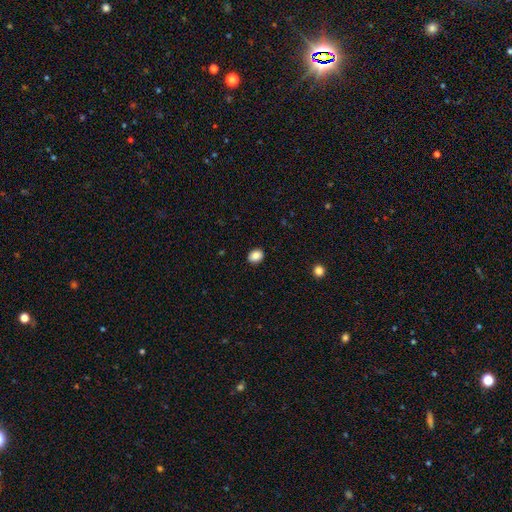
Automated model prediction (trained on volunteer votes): Smooth or featured? Predicted: smooth (p=0.87). How rounded? Predicted: in between (p=0.51). Merging? Predicted: none (p=0.90).